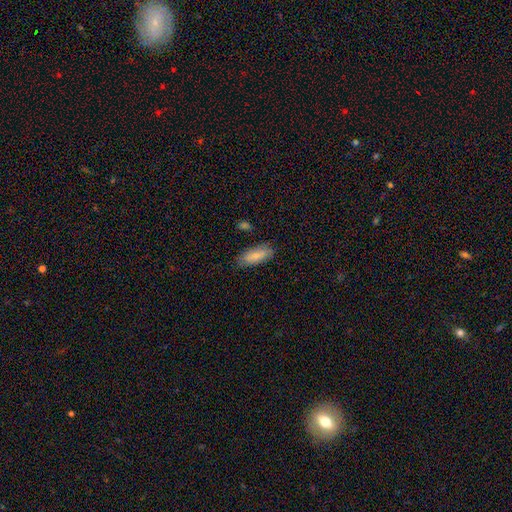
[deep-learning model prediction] Smooth or featured? smooth (83%)
How rounded? in between (78%)
Merging? none (80%)